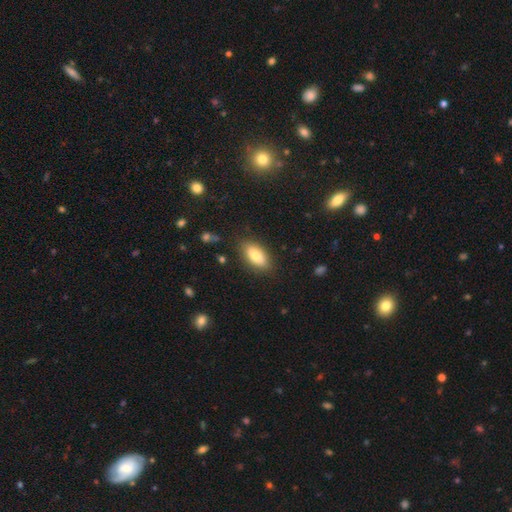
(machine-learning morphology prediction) This is likely a smooth galaxy (78%). How rounded: clearly in between (86%). Merging: clearly none (84%).